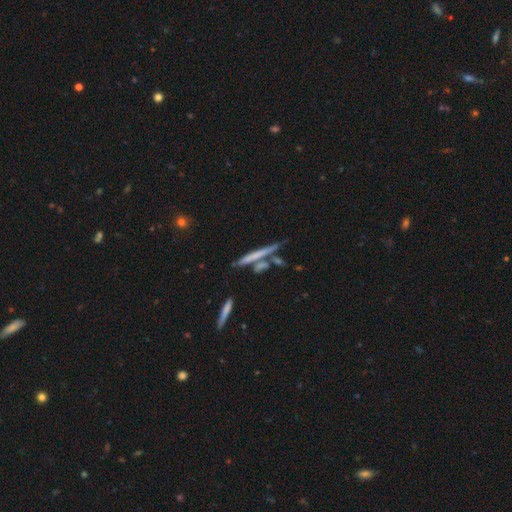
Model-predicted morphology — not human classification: A smooth galaxy with no disk features (47%).

Vote fractions:
- Smooth or featured? smooth: 47% / featured or disk: 45% / star or artifact: 9%
- Merging? none: 63% / merger: 22% / minor disturbance: 11% / major disturbance: 4%